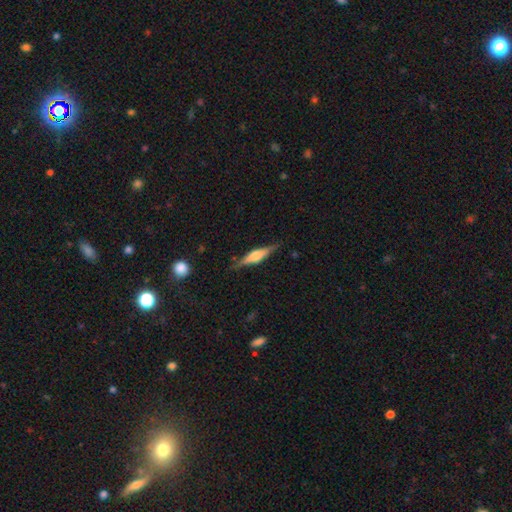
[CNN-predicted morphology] A featured or disk galaxy (69%) viewed edge-on (97%) with a rounded central bulge (73%).

Vote fractions:
- Smooth or featured? featured or disk: 69% / smooth: 25% / star or artifact: 6%
- Edge-on disk? yes: 97% / no: 3%
- Edge-on bulge? rounded: 73% / boxy: 24% / none: 4%
- Merging? none: 85% / minor disturbance: 11% / major disturbance: 3% / merger: 1%